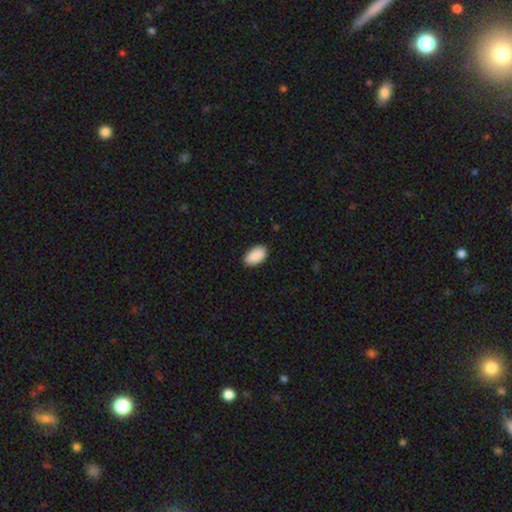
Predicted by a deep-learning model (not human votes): smooth_or_featured: smooth (p=0.91) [alt: star or artifact p=0.06]
how_rounded: in between (p=0.94) [alt: round p=0.04]
merging: none (p=0.86) [alt: minor disturbance p=0.11]